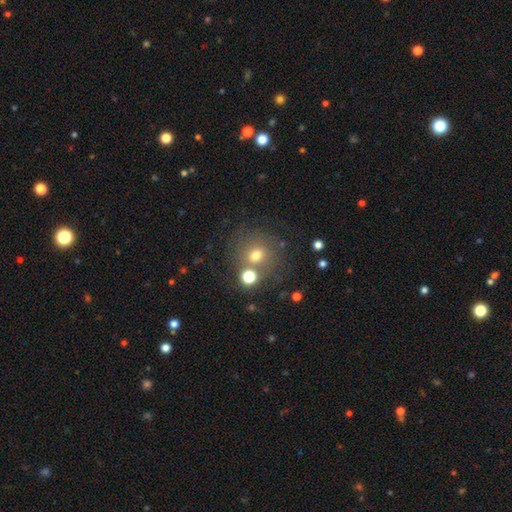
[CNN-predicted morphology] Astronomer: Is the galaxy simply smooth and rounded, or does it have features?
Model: smooth — 70%.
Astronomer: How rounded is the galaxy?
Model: round — 86%.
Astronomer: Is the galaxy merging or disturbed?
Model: none — 68%.